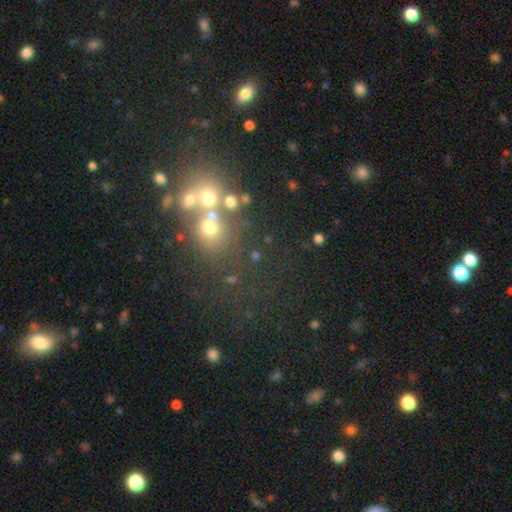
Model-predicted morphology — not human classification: Q: Smooth or featured?
A: smooth (51%); runner-up: star or artifact (33%)
Q: How rounded?
A: round (77%); runner-up: in between (21%)
Q: Merging?
A: none (58%); runner-up: merger (25%)